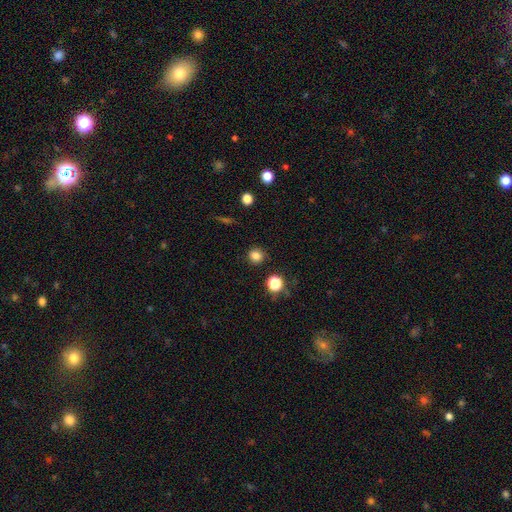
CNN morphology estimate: Overall: smooth (83%). How rounded: round (90%). Merging: none (88%).